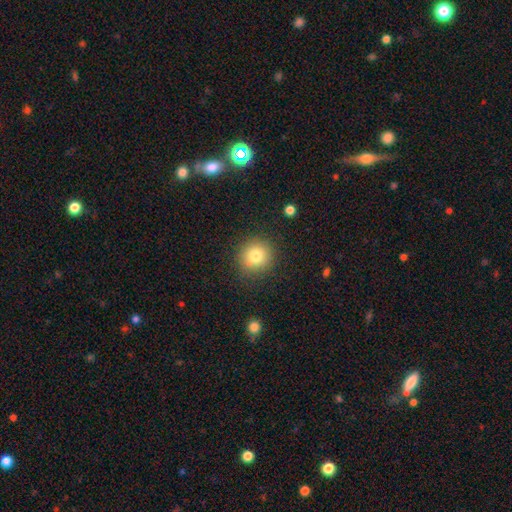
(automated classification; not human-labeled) A smooth galaxy with no disk features (78%) that is round (91%). Merging: none (83%).